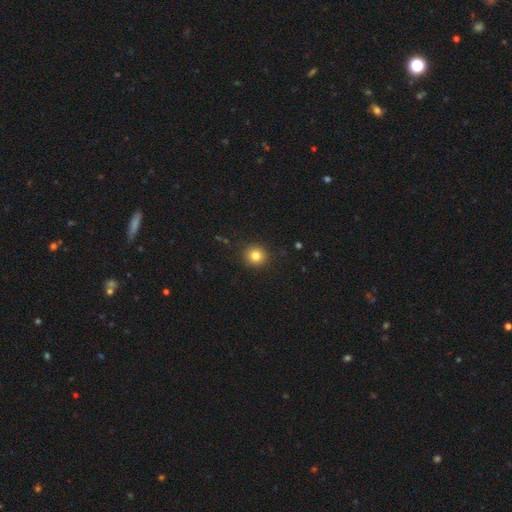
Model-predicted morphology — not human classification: Smooth or featured?
  - smooth: 82% *
  - star or artifact: 11%
  - featured or disk: 6%
How rounded?
  - round: 91% *
  - in between: 8%
  - cigar-shaped: 1%
Merging?
  - none: 91% *
  - minor disturbance: 6%
  - major disturbance: 2%
  - merger: 1%